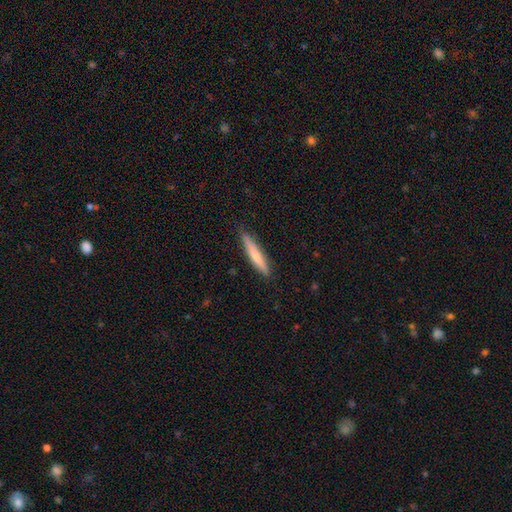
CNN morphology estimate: A smooth galaxy with no disk features (66%) that is cigar-shaped (93%). Merging: none (84%).